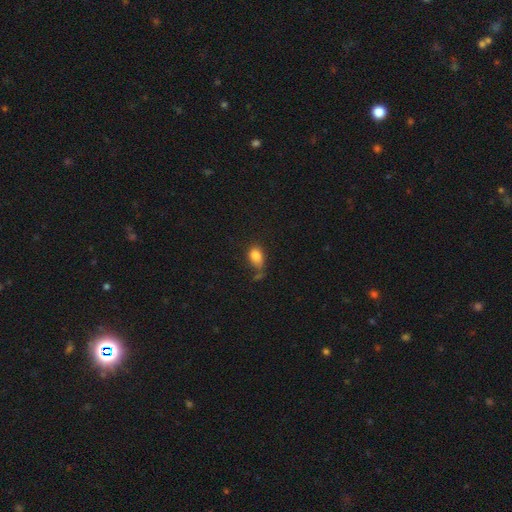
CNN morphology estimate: Smooth or featured: smooth — 82% (star or artifact — 9%)
How rounded: in between — 78% (round — 20%)
Merging: none — 45% (minor disturbance — 27%)